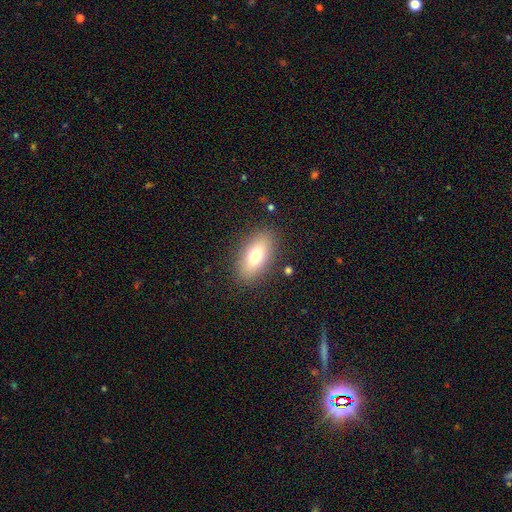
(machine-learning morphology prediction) Smooth or featured? Predicted: smooth (p=0.72). How rounded? Predicted: in between (p=0.87). Merging? Predicted: none (p=0.86).